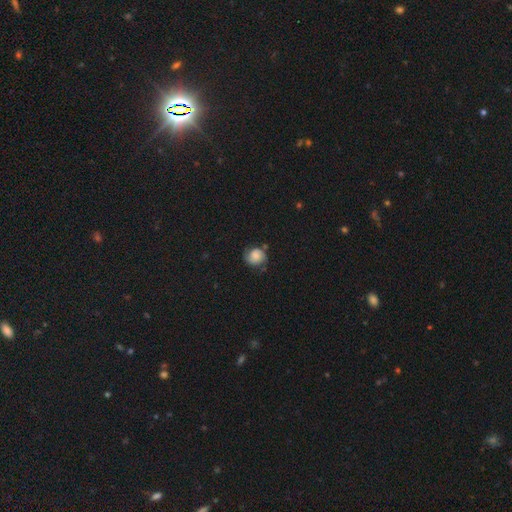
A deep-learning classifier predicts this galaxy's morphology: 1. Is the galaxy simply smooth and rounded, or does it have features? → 47% featured or disk, 43% smooth, 10% star or artifact.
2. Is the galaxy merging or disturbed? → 66% none, 22% minor disturbance, 9% major disturbance, 3% merger.